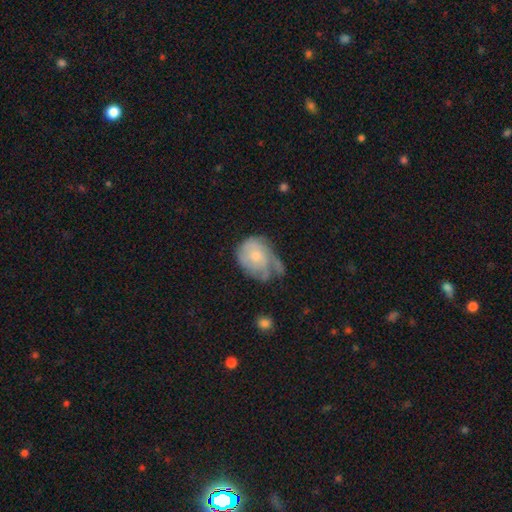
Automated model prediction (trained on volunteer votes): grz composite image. It shows a featured or disk galaxy (55%) with no bar (80%), spiral arms (75%) and a small central bulge (53%). Merging: minor disturbance (35%).